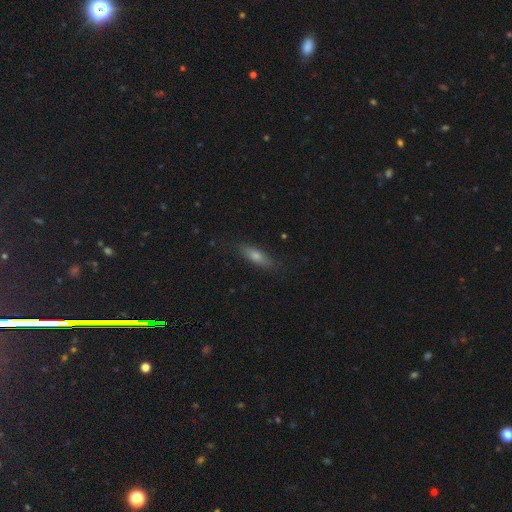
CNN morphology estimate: smooth-or-featured: smooth: 61% | featured or disk: 29% | star or artifact: 10%
  how-rounded: cigar-shaped: 57% | in between: 40% | round: 3%
  merging: none: 83% | minor disturbance: 13% | major disturbance: 3% | merger: 1%